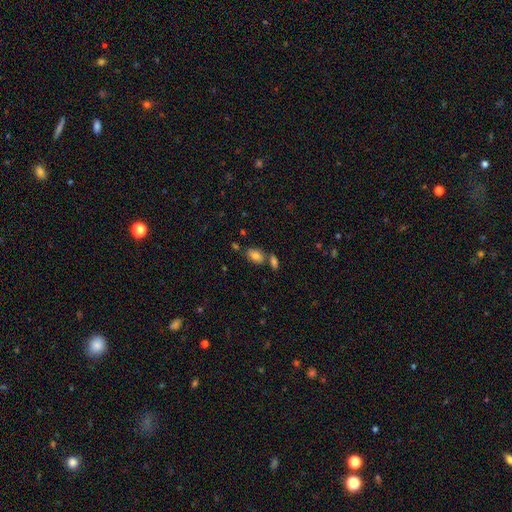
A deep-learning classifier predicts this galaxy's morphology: smooth_or_featured: smooth (p=0.78) [alt: featured or disk p=0.12]
how_rounded: in between (p=0.89) [alt: round p=0.09]
merging: none (p=0.62) [alt: merger p=0.20]